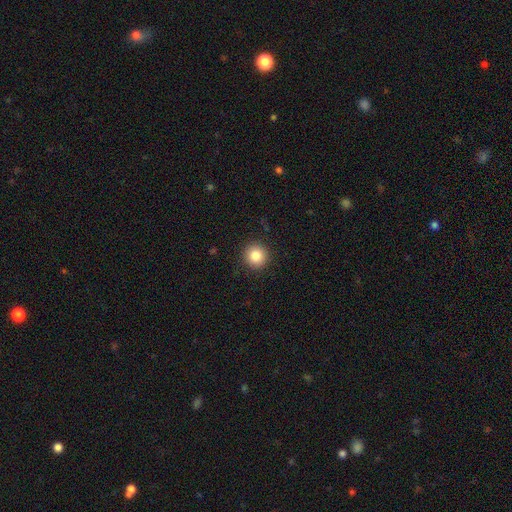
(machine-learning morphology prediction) Smooth or featured? Predicted: smooth (p=0.85). How rounded? Predicted: round (p=0.94). Merging? Predicted: none (p=0.92).